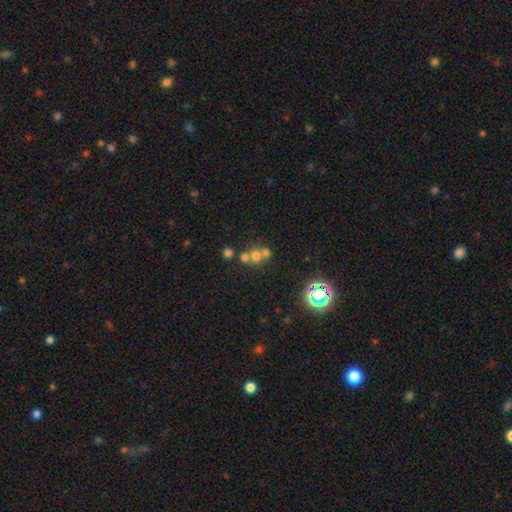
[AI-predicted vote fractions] This is possibly a smooth galaxy (55%). How rounded: clearly round (81%). Merging: possibly merger (51%).